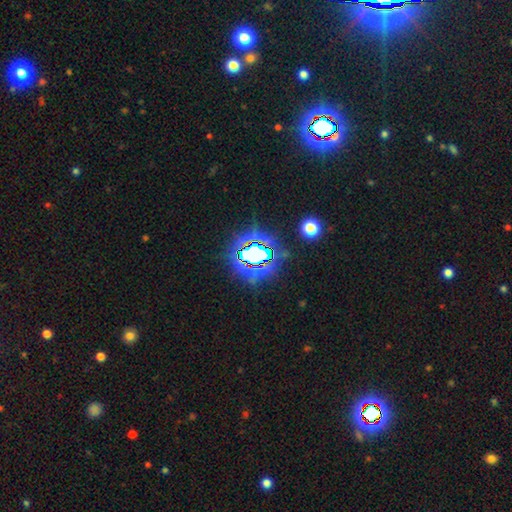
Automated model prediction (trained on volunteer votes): The model was most divided on "smooth or featured": star or artifact: 70%, smooth: 17%, featured or disk: 13%.